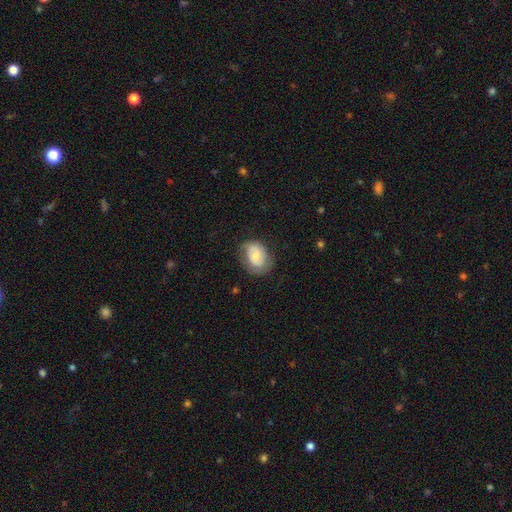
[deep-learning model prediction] Morphology: type=smooth (55%); roundness=in between (69%); merging=none (67%).